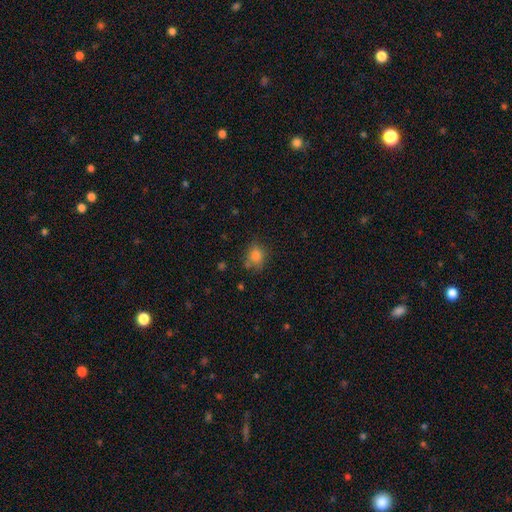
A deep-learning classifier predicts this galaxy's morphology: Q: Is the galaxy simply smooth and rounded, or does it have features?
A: smooth — 81%.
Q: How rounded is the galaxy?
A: round — 54%.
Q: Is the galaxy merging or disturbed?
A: none — 69%.